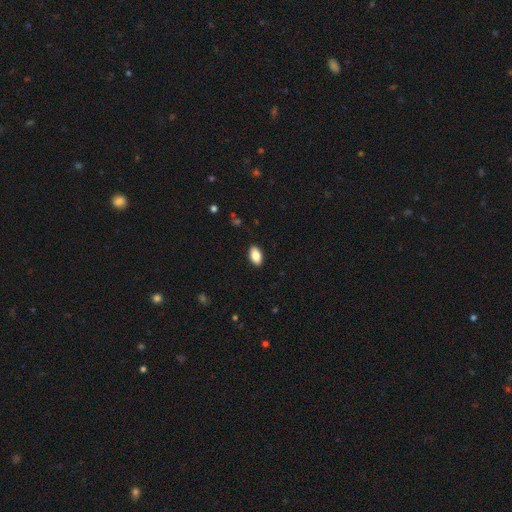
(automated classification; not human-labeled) Smooth or featured?
  - smooth: 85% *
  - featured or disk: 8%
  - star or artifact: 7%
How rounded?
  - in between: 92% *
  - round: 5%
  - cigar-shaped: 3%
Merging?
  - none: 90% *
  - minor disturbance: 8%
  - major disturbance: 2%
  - merger: 1%